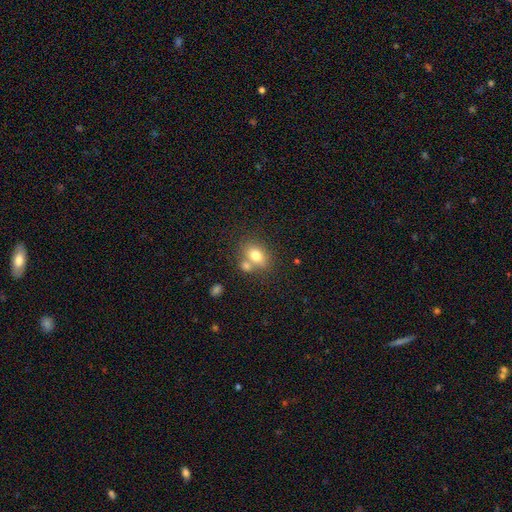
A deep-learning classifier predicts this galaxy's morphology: This appears to be a smooth galaxy with no disk features (75%) that is in between round and cigar-shaped (68%). Merging: none (51%).